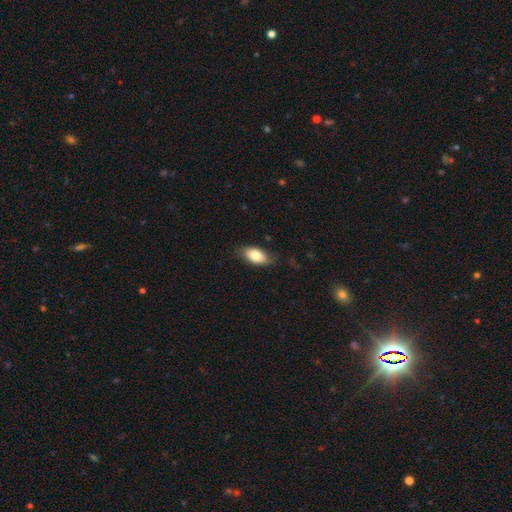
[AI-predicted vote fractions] The model was most divided on "merging": none: 77%, minor disturbance: 18%, major disturbance: 4%, merger: 1%. More confident: how rounded — in between (92%); smooth or featured — smooth (79%).